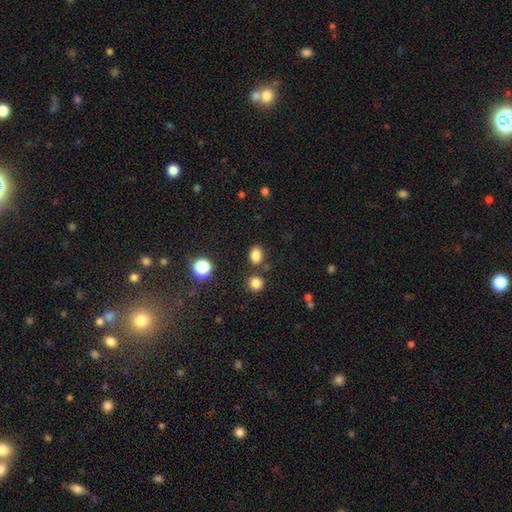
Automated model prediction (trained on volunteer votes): smooth-or-featured: smooth: 82% | star or artifact: 13% | featured or disk: 5%
  how-rounded: in between: 69% | round: 30% | cigar-shaped: 1%
  merging: none: 76% | minor disturbance: 11% | merger: 10% | major disturbance: 3%